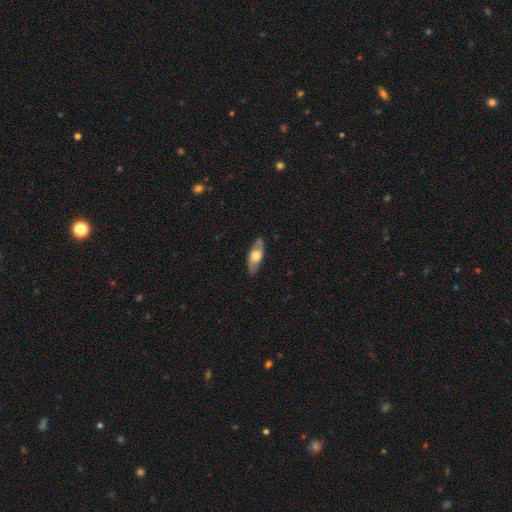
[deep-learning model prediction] A smooth galaxy with no disk features (50%).

Vote fractions:
- Smooth or featured? smooth: 50% / featured or disk: 45% / star or artifact: 5%
- Merging? none: 82% / minor disturbance: 14% / major disturbance: 3% / merger: 1%